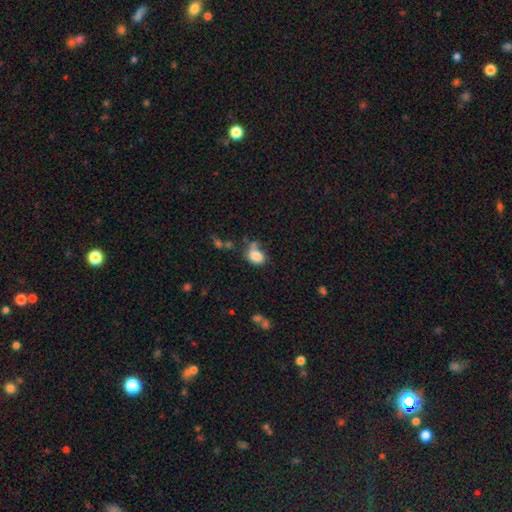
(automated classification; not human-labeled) smooth-or-featured: smooth: 80% | featured or disk: 10% | star or artifact: 10%
  how-rounded: in between: 64% | round: 35% | cigar-shaped: 1%
  merging: none: 40% | minor disturbance: 24% | merger: 20% | major disturbance: 16%